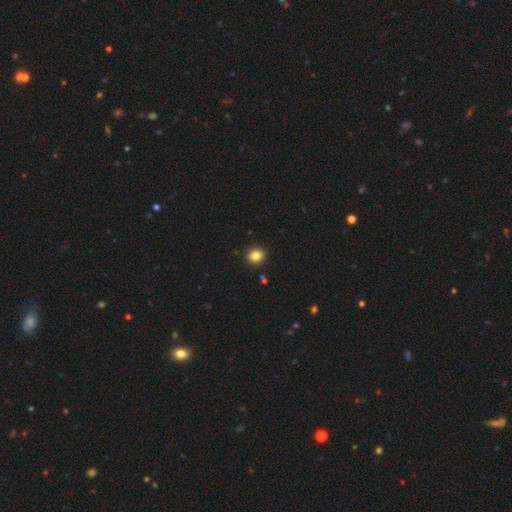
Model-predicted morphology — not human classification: Smooth or featured? Predicted: smooth (p=0.84). How rounded? Predicted: round (p=0.75). Merging? Predicted: none (p=0.91).